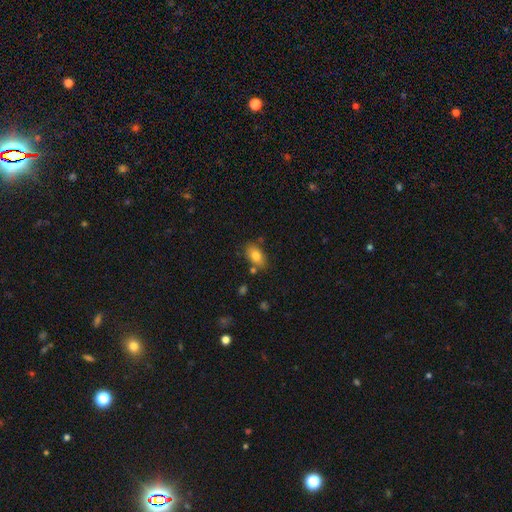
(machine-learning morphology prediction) This is clearly a smooth galaxy (80%). How rounded: clearly in between (88%). Merging: likely none (75%).